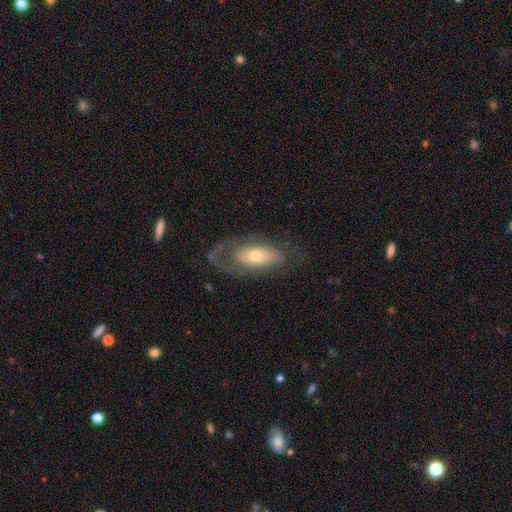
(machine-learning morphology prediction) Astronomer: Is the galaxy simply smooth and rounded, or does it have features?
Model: featured or disk — 64%.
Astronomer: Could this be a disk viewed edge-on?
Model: no — 88%.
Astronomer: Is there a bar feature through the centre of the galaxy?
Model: no — 70%.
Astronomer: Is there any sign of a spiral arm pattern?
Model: yes — 65%.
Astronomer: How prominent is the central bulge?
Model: moderate — 49% (runner-up: small, 41%).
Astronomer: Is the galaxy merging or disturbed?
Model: none — 62%.